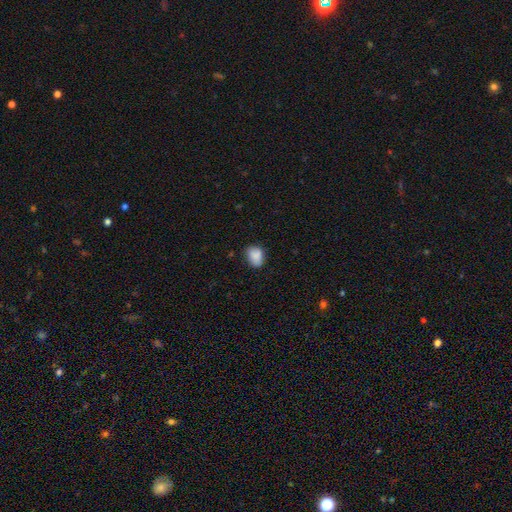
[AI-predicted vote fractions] Q: Smooth or featured?
A: smooth (85%); runner-up: star or artifact (8%)
Q: How rounded?
A: in between (62%); runner-up: round (37%)
Q: Merging?
A: none (68%); runner-up: minor disturbance (25%)